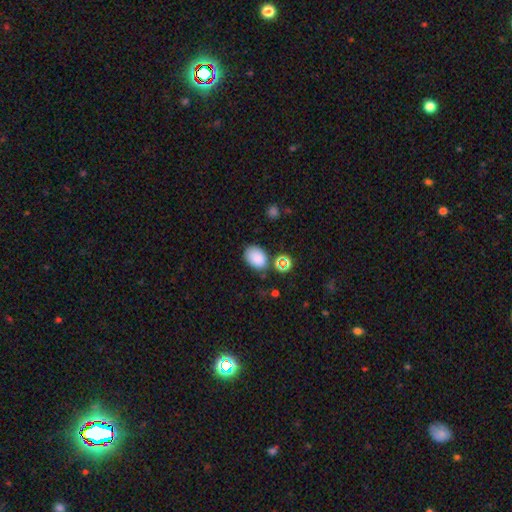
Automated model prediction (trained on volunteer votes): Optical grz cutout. It shows a smooth galaxy with no disk features (83%) that is in between round and cigar-shaped (77%). Merging: none (73%).